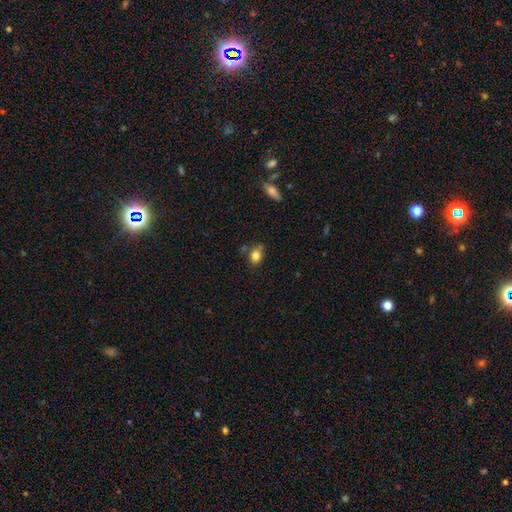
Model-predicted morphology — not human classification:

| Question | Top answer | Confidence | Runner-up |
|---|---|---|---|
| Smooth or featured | smooth | 82% | star or artifact (10%) |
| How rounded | in between | 54% | round (45%) |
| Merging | none | 63% | minor disturbance (25%) |